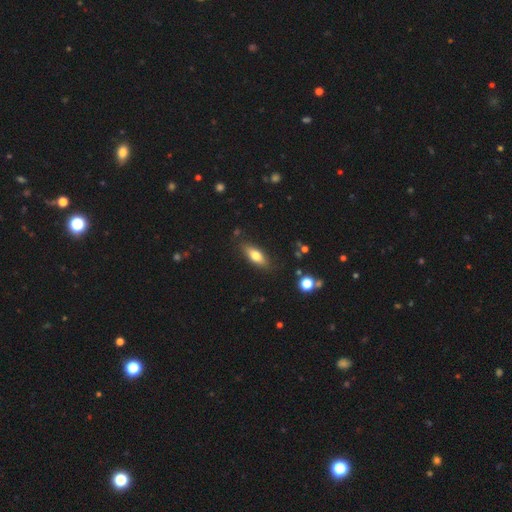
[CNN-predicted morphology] This appears to be a smooth galaxy with no disk features (72%) that is in between round and cigar-shaped (70%). Merging: none (83%).